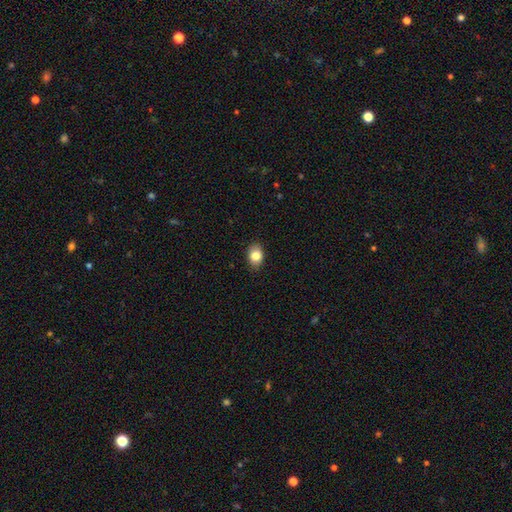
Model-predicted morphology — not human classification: smooth_or_featured: smooth (p=0.84) [alt: star or artifact p=0.09]
how_rounded: in between (p=0.73) [alt: round p=0.26]
merging: none (p=0.87) [alt: minor disturbance p=0.10]